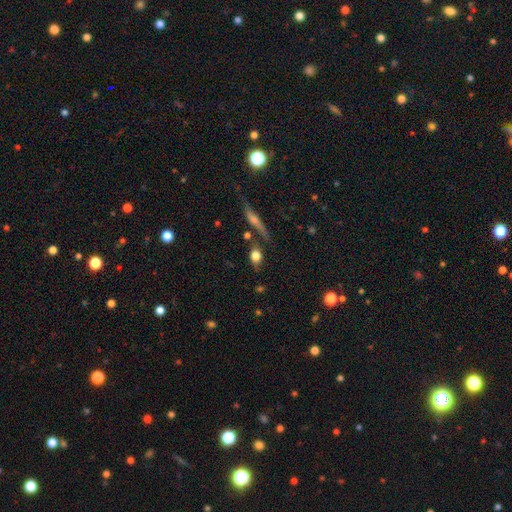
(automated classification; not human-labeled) Morphology: type=smooth (71%); roundness=in between (56%); merging=none (60%).